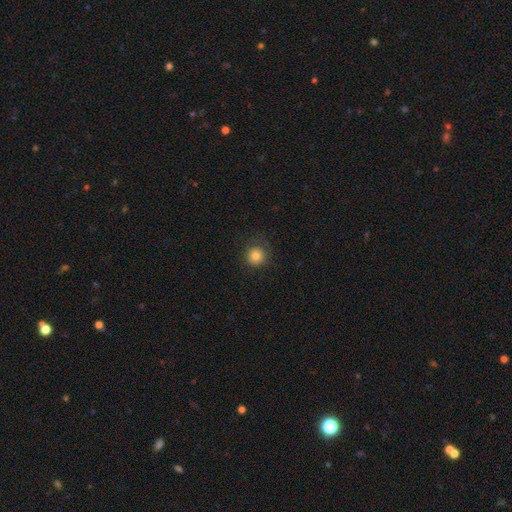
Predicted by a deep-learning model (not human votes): Smooth or featured? smooth (81%)
How rounded? round (93%)
Merging? none (77%)